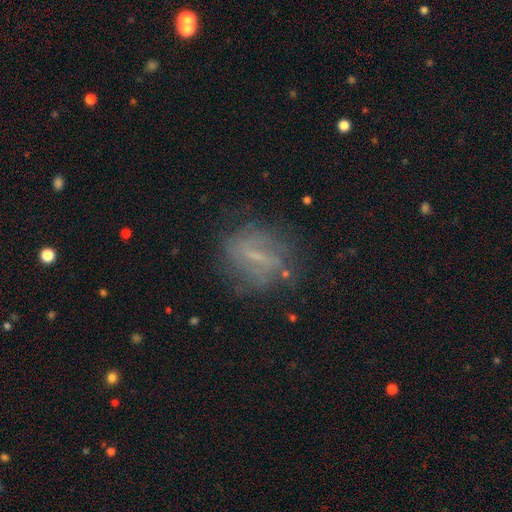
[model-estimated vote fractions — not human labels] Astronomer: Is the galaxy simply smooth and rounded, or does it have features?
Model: featured or disk — 59%.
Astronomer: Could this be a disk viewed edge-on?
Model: no — 90%.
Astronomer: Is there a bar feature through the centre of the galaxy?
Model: weak — 45% (runner-up: strong, 36%).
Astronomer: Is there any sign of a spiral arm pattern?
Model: yes — 59% (runner-up: no, 41%).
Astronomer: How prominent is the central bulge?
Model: small — 49% (runner-up: none, 34%).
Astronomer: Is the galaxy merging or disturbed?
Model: none — 70%.